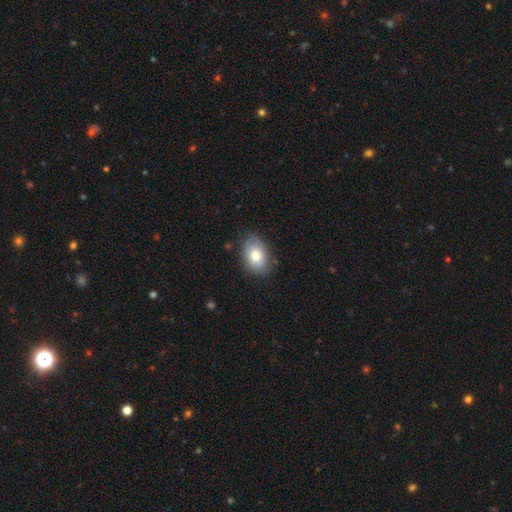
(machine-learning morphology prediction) Smooth or featured? smooth (76%)
How rounded? in between (82%)
Merging? none (78%)